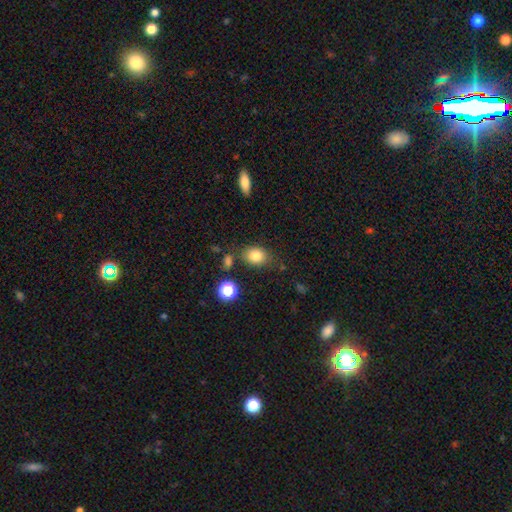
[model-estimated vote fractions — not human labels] This is clearly a smooth galaxy (81%). How rounded: likely in between (62%). Merging: likely none (75%).